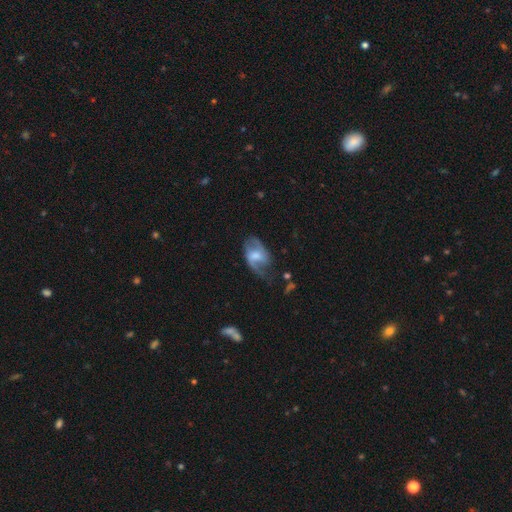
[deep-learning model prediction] A featured or disk galaxy (63%) with a weak bar (49%), spiral arms (82%) and a moderate central bulge (46%).

Vote fractions:
- Smooth or featured? featured or disk: 63% / smooth: 31% / star or artifact: 7%
- Edge-on disk? no: 95% / yes: 5%
- Bar? weak: 49% / no: 34% / strong: 16%
- Spiral arms? yes: 82% / no: 18%
- Bulge size? moderate: 46% / small: 25% / large: 16% / none: 12% / dominant: 2%
- Merging? none: 46% / minor disturbance: 28% / major disturbance: 23% / merger: 3%